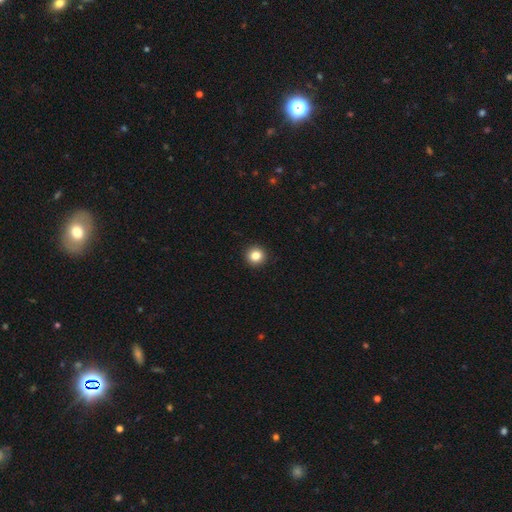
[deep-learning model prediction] smooth-or-featured: smooth: 83% | star or artifact: 11% | featured or disk: 6%
  how-rounded: round: 95% | in between: 4% | cigar-shaped: 1%
  merging: none: 94% | minor disturbance: 4% | major disturbance: 1% | merger: 1%